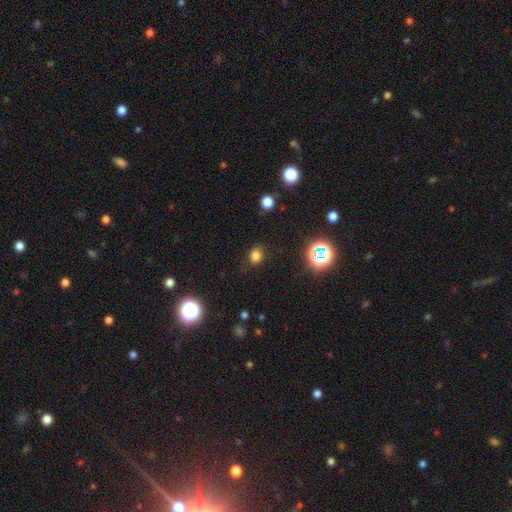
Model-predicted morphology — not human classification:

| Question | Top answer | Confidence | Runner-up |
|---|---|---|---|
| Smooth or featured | smooth | 76% | star or artifact (19%) |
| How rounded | round | 53% | in between (46%) |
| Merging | none | 82% | minor disturbance (12%) |